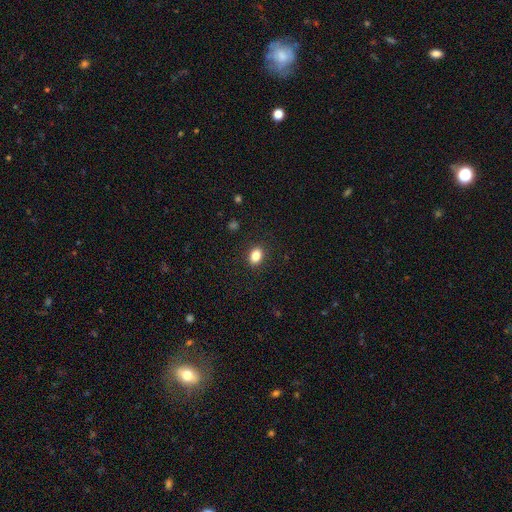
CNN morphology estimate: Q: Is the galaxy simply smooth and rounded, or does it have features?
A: smooth — 84%.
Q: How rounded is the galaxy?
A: in between — 74%.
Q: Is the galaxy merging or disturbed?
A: none — 89%.